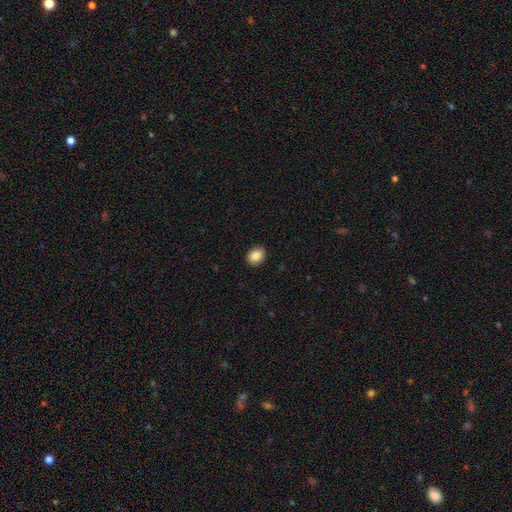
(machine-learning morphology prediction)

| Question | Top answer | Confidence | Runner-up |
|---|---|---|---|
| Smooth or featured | smooth | 87% | star or artifact (8%) |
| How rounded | in between | 52% | round (47%) |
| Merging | none | 91% | minor disturbance (7%) |